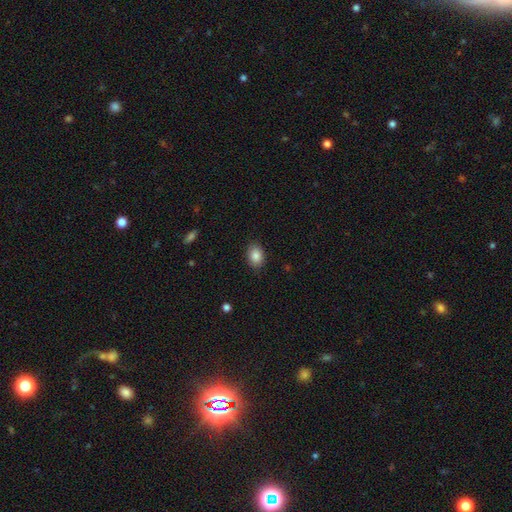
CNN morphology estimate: Smooth or featured: smooth — 86% (star or artifact — 8%)
How rounded: in between — 79% (round — 20%)
Merging: none — 86% (minor disturbance — 10%)